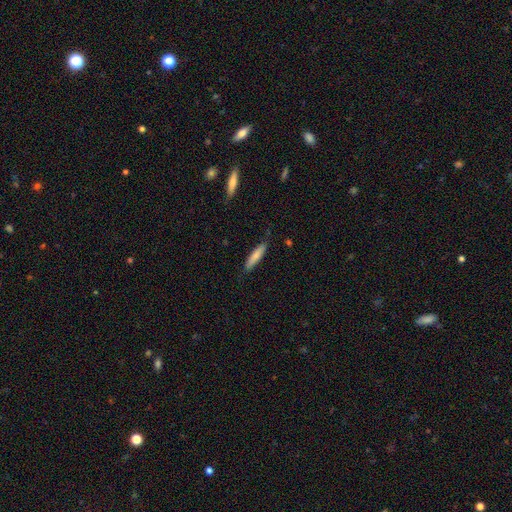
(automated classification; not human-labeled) Smooth or featured? smooth (78%)
How rounded? cigar-shaped (82%)
Merging? none (82%)